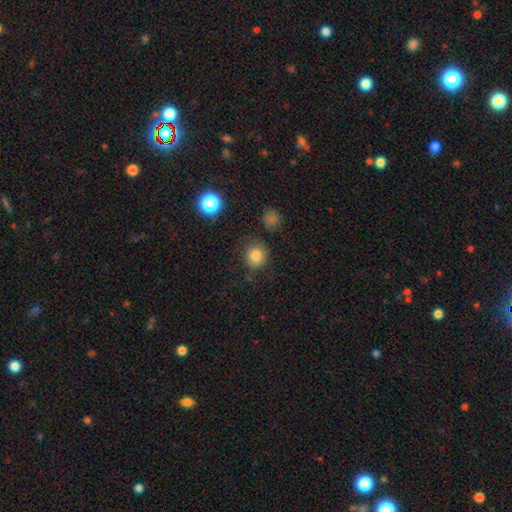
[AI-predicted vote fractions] Smooth or featured: smooth — 81% (star or artifact — 13%)
How rounded: round — 89% (in between — 10%)
Merging: none — 80% (minor disturbance — 13%)